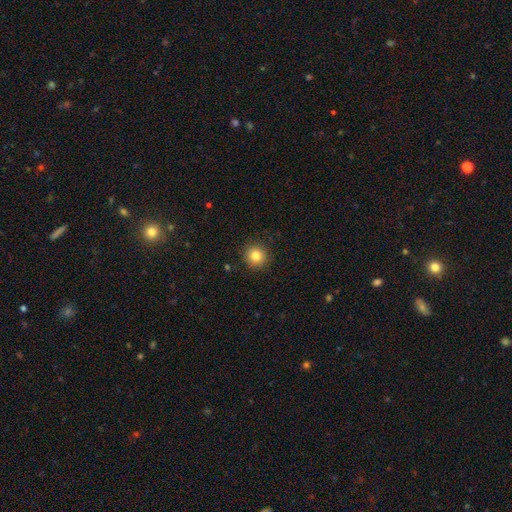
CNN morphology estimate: Smooth or featured: smooth — 83% (star or artifact — 11%)
How rounded: round — 93% (in between — 6%)
Merging: none — 91% (minor disturbance — 6%)